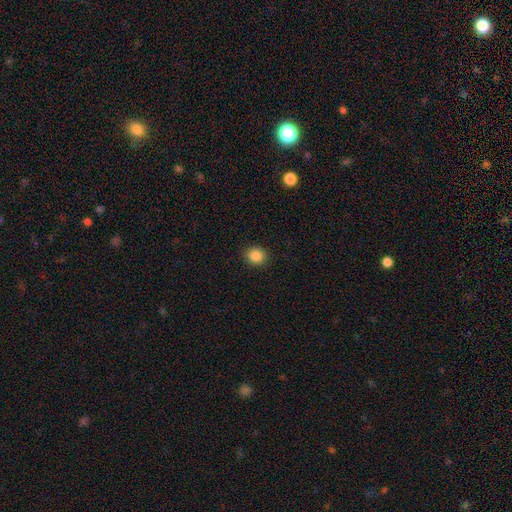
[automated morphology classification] A smooth galaxy with no disk features (86%) that is round (80%).

Vote fractions:
- Smooth or featured? smooth: 86% / star or artifact: 10% / featured or disk: 4%
- How rounded? round: 80% / in between: 19% / cigar-shaped: 1%
- Merging? none: 90% / minor disturbance: 7% / major disturbance: 2% / merger: 1%